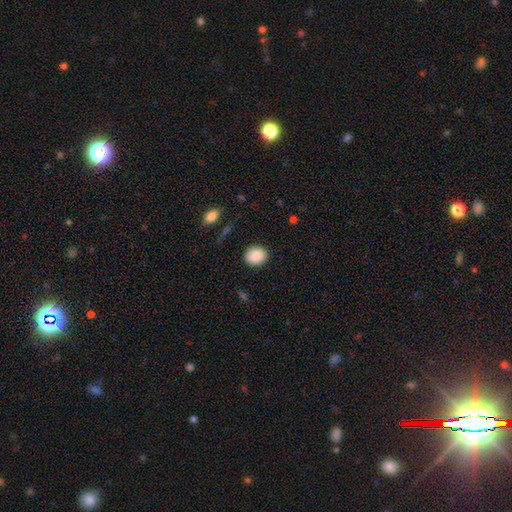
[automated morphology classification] Smooth or featured?
  - smooth: 90% *
  - star or artifact: 7%
  - featured or disk: 3%
How rounded?
  - round: 72% *
  - in between: 28%
  - cigar-shaped: 1%
Merging?
  - none: 88% *
  - minor disturbance: 8%
  - major disturbance: 3%
  - merger: 1%